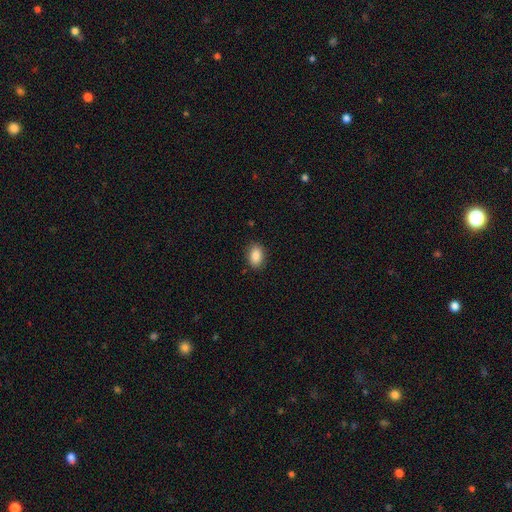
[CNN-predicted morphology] Smooth or featured? smooth (88%)
How rounded? in between (81%)
Merging? none (87%)